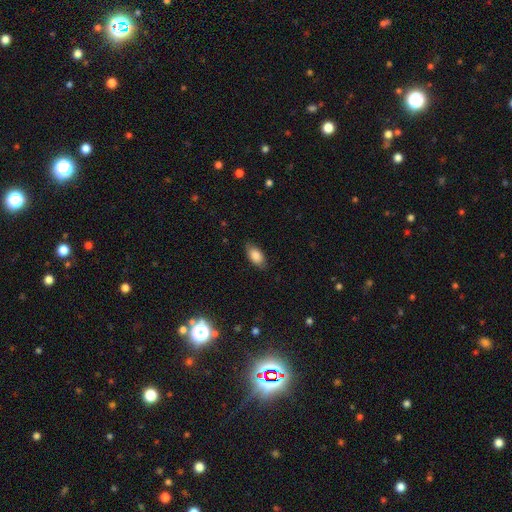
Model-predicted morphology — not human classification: A smooth galaxy with no disk features (86%) that is in between round and cigar-shaped (92%).

Vote fractions:
- Smooth or featured? smooth: 86% / star or artifact: 7% / featured or disk: 7%
- How rounded? in between: 92% / round: 4% / cigar-shaped: 4%
- Merging? none: 80% / minor disturbance: 15% / major disturbance: 3% / merger: 1%